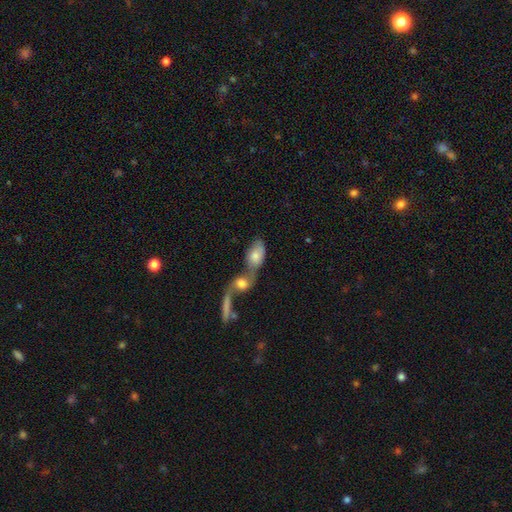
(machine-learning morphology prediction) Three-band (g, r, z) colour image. It shows a smooth galaxy with no disk features (66%) that is in between round and cigar-shaped (85%). Merging: merger (72%).